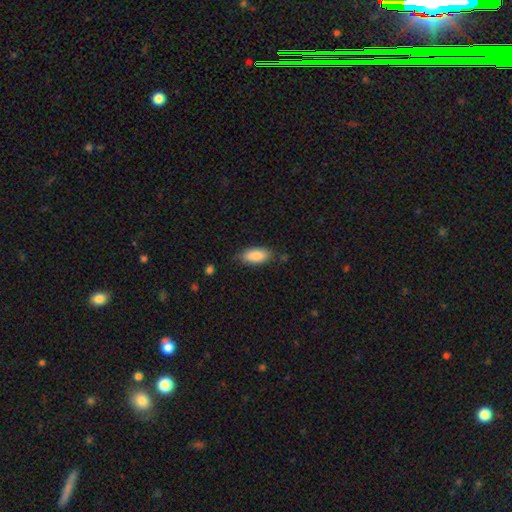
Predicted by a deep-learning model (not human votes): This appears to be a smooth galaxy with no disk features (87%) that is in between round and cigar-shaped (89%). Merging: none (76%).